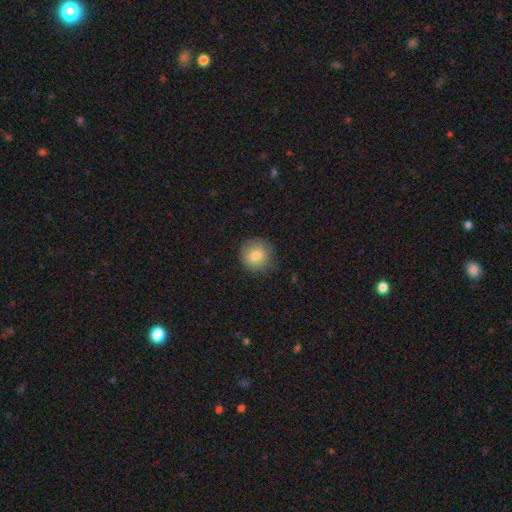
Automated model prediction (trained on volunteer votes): Smooth or featured? smooth (81%)
How rounded? round (93%)
Merging? none (85%)